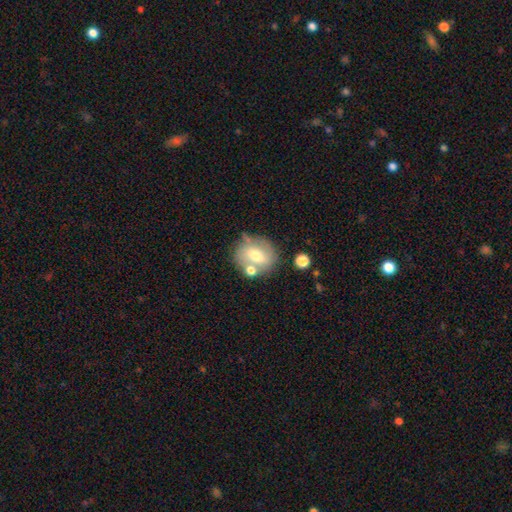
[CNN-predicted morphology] smooth-or-featured: smooth: 54% | featured or disk: 37% | star or artifact: 9%
  how-rounded: round: 68% | in between: 31% | cigar-shaped: 1%
  merging: none: 61% | minor disturbance: 17% | merger: 16% | major disturbance: 6%